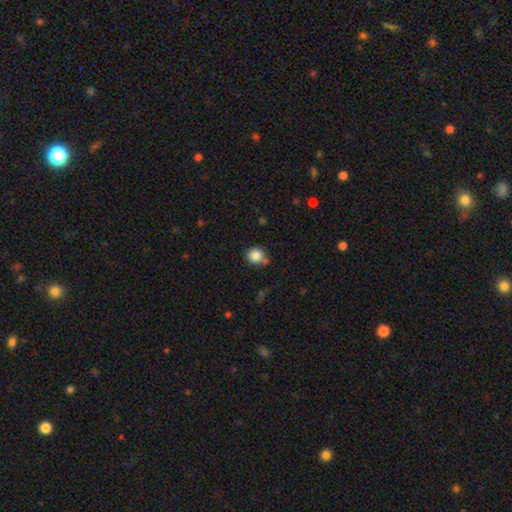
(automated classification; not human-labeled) Morphology: type=smooth (85%); roundness=round (84%); merging=none (70%).